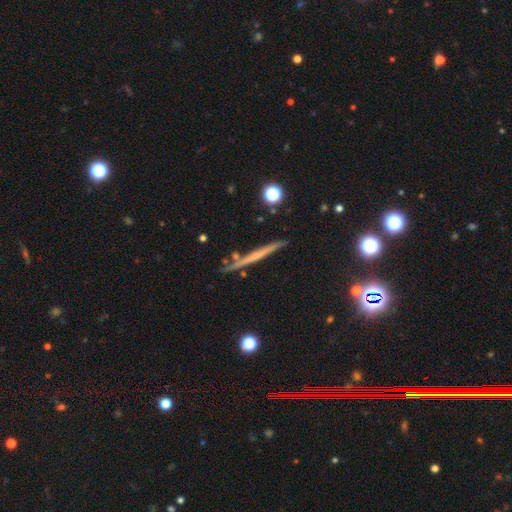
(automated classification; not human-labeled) This appears to be a featured or disk galaxy (59%) viewed edge-on (97%) with no central bulge (74%). Merging: none (86%).